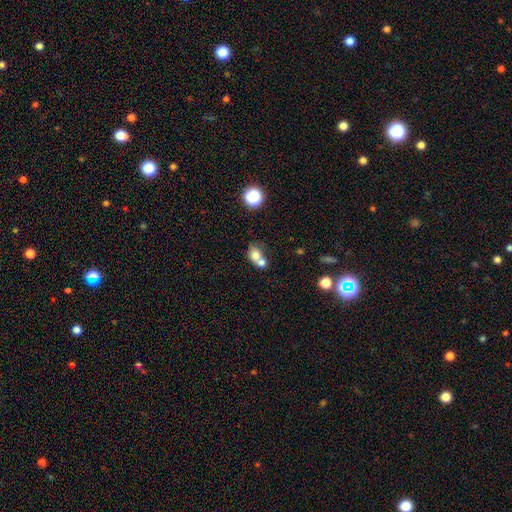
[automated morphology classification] Smooth or featured: smooth — 71% (featured or disk — 18%)
How rounded: round — 52% (in between — 47%)
Merging: merger — 65% (none — 24%)